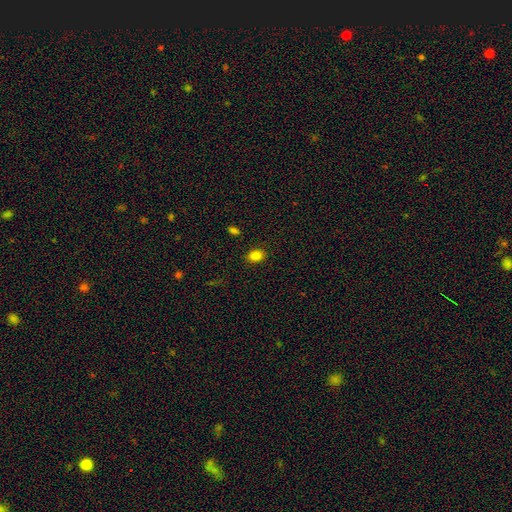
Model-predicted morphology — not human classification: type=smooth (84%); roundness=in between (58%); merging=none (88%).